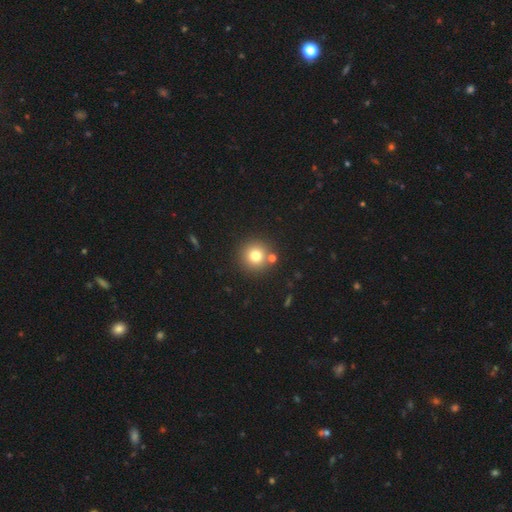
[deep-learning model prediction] Morphology: type=smooth (76%); roundness=round (94%); merging=none (81%).